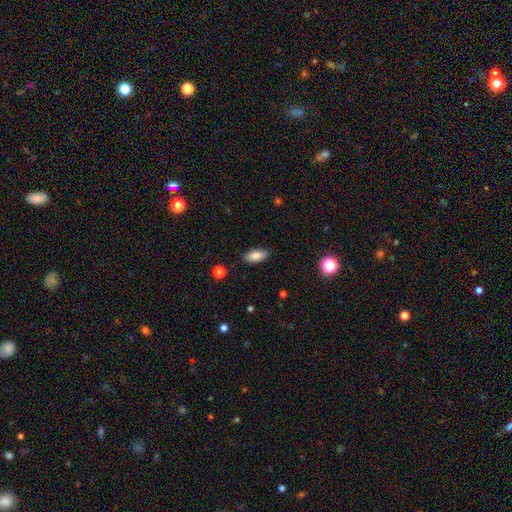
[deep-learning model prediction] Q: Smooth or featured?
A: smooth (85%); runner-up: star or artifact (8%)
Q: How rounded?
A: in between (87%); runner-up: cigar-shaped (11%)
Q: Merging?
A: none (87%); runner-up: minor disturbance (10%)